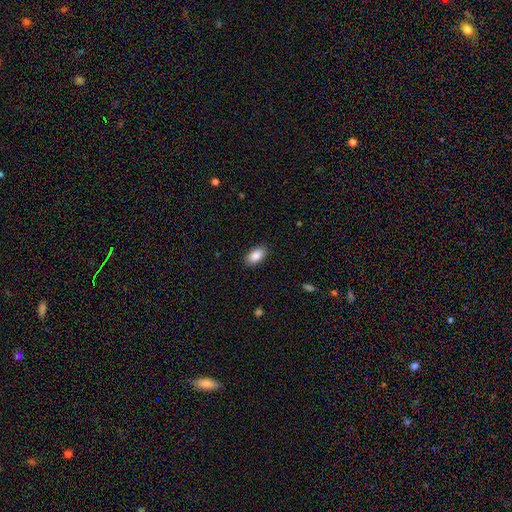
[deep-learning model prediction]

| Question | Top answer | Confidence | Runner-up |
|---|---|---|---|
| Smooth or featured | smooth | 88% | star or artifact (7%) |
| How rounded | in between | 93% | round (4%) |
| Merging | none | 89% | minor disturbance (8%) |